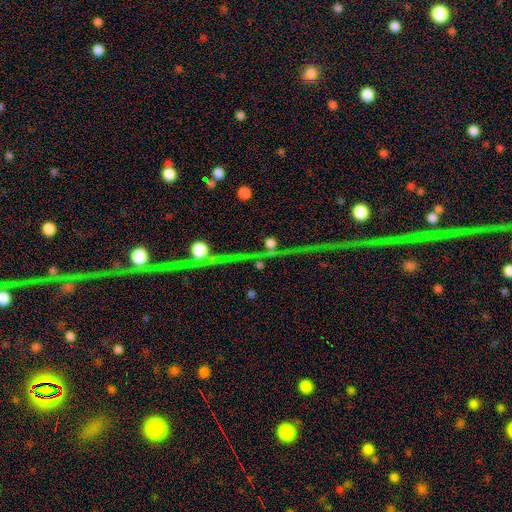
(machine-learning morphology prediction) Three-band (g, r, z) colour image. It shows a star or artifact, not a galaxy (61%).